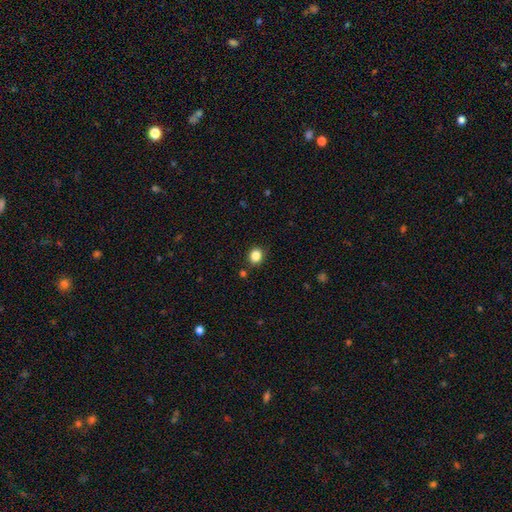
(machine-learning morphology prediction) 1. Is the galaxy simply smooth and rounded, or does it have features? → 85% smooth, 11% star or artifact, 4% featured or disk.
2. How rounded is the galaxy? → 67% round, 32% in between, 1% cigar-shaped.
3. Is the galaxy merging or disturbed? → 87% none, 9% minor disturbance, 2% merger, 2% major disturbance.